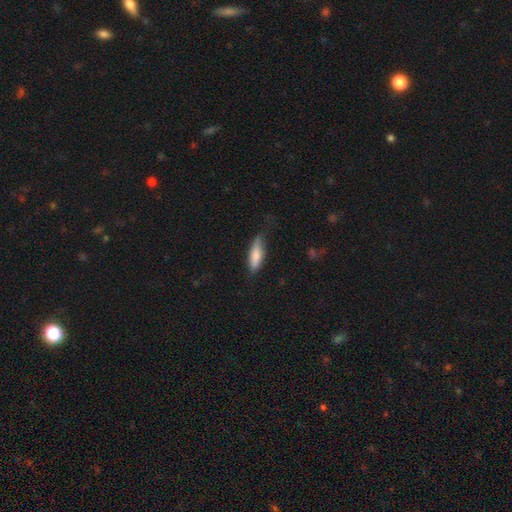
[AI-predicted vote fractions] The model was most divided on "how rounded": in between: 52%, cigar-shaped: 46%, round: 2%. More confident: smooth or featured — smooth (78%); merging — none (60%).